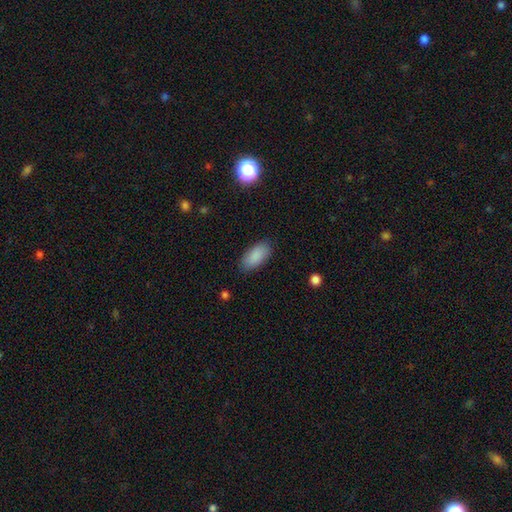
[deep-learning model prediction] Overall: smooth (89%). How rounded: in between (92%). Merging: none (86%).